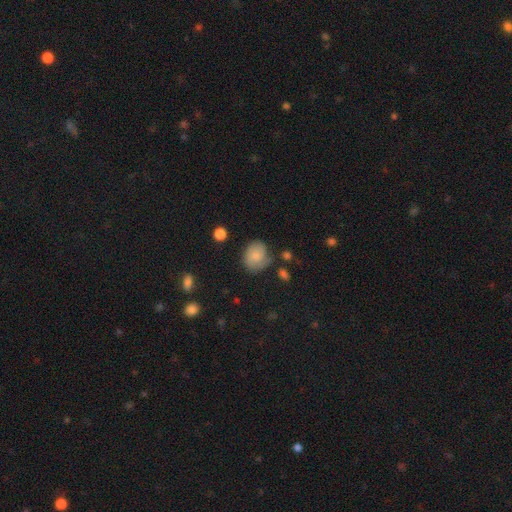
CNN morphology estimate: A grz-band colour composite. It shows a smooth galaxy with no disk features (72%) that is round (57%). Merging: none (62%).